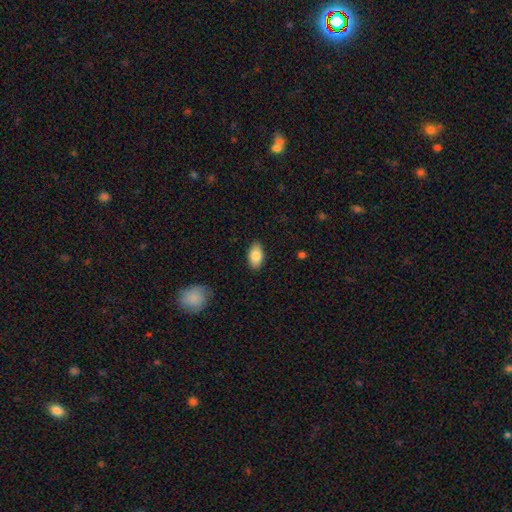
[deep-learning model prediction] smooth-or-featured: smooth: 84% | featured or disk: 9% | star or artifact: 7%
  how-rounded: in between: 92% | round: 5% | cigar-shaped: 2%
  merging: none: 87% | minor disturbance: 10% | major disturbance: 2% | merger: 1%